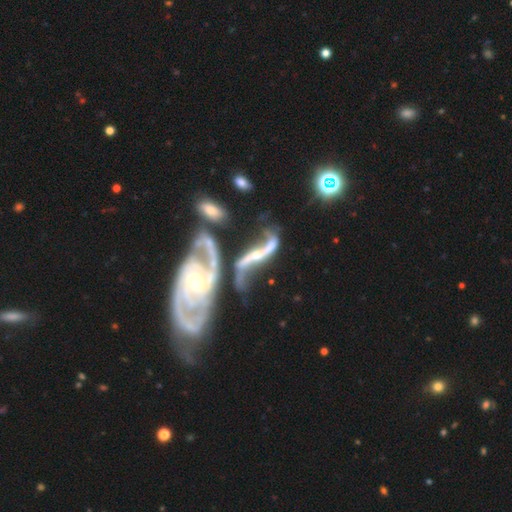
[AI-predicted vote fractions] A featured or disk galaxy (84%) with no bar (39%), 2 (87%) loose (76%) spiral arms (89%) and a small central bulge (48%). Merging: merger (46%).